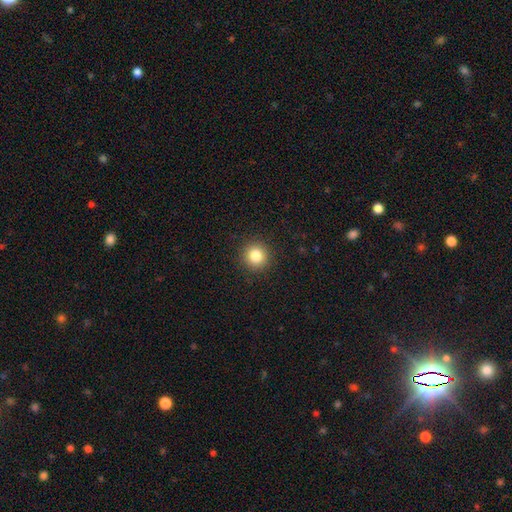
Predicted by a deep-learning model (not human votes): Q: Smooth or featured?
A: smooth (83%); runner-up: star or artifact (11%)
Q: How rounded?
A: round (95%); runner-up: in between (4%)
Q: Merging?
A: none (92%); runner-up: minor disturbance (5%)